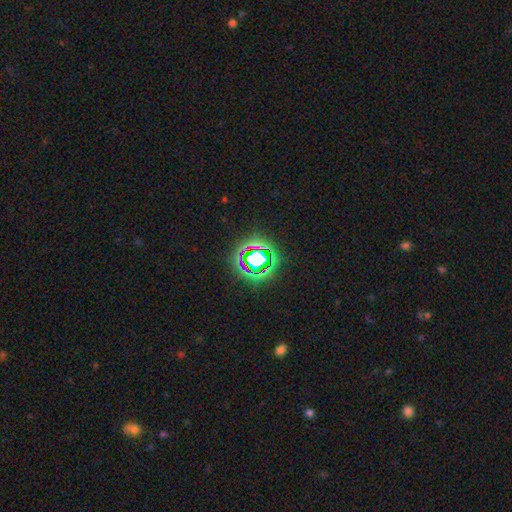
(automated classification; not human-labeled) Overall: star or artifact (65%).